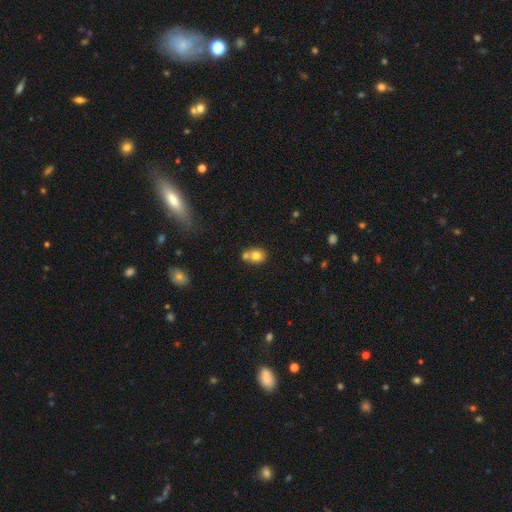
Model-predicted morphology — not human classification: Q: Smooth or featured?
A: smooth (76%); runner-up: featured or disk (13%)
Q: How rounded?
A: round (62%); runner-up: in between (37%)
Q: Merging?
A: none (44%); tied with: merger (44%)